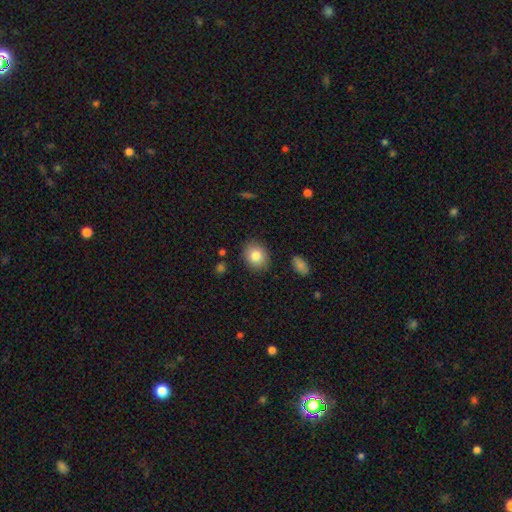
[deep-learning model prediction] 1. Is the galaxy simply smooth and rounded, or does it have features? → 82% smooth, 9% featured or disk, 9% star or artifact.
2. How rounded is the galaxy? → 64% round, 35% in between, 1% cigar-shaped.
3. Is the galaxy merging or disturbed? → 87% none, 9% minor disturbance, 2% major disturbance, 2% merger.